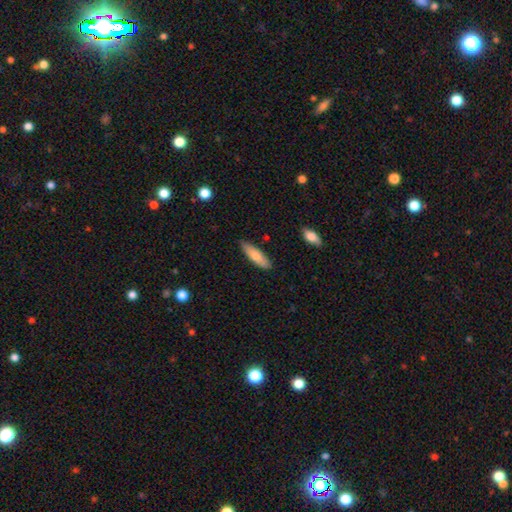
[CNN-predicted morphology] This is likely a smooth galaxy (77%). How rounded: possibly cigar-shaped (54%). Merging: clearly none (83%).